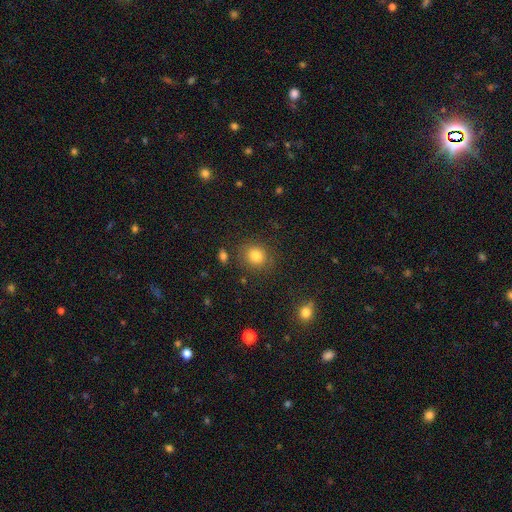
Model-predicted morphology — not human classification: This appears to be a smooth galaxy with no disk features (82%) that is round (77%). Merging: none (83%).